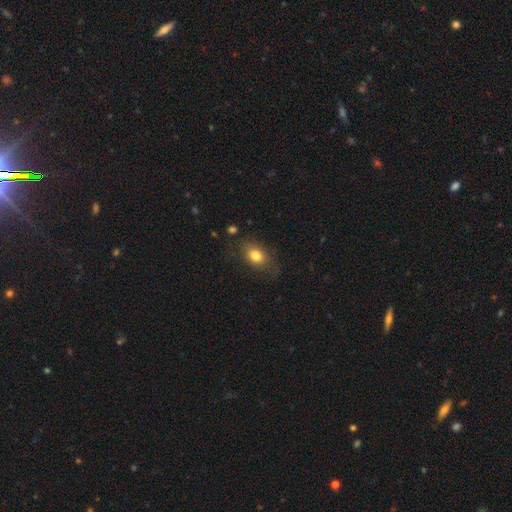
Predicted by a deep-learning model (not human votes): This is likely a smooth galaxy (77%). How rounded: likely in between (72%). Merging: likely none (68%).